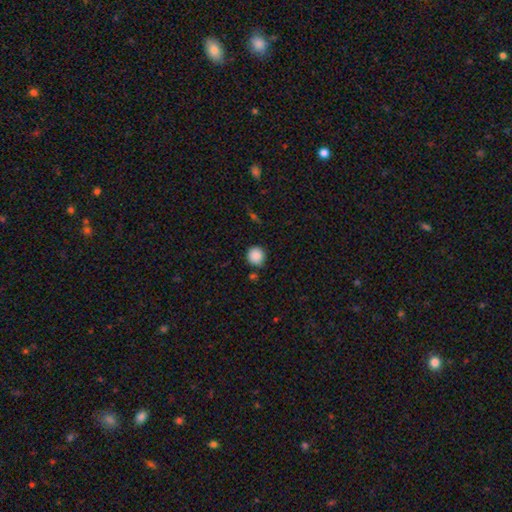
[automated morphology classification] Q: Smooth or featured?
A: smooth (88%); runner-up: star or artifact (9%)
Q: How rounded?
A: round (91%); runner-up: in between (8%)
Q: Merging?
A: none (81%); runner-up: minor disturbance (12%)